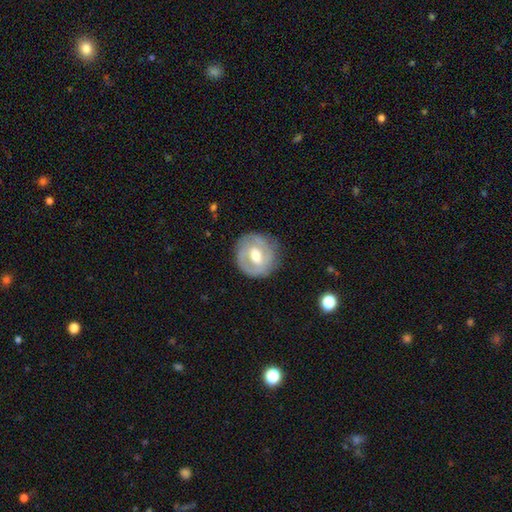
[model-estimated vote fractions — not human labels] smooth-or-featured: featured or disk: 67% | smooth: 27% | star or artifact: 6%
  disk-edge-on: no: 96% | yes: 4%
    bar: weak: 50% | no: 26% | strong: 24%
    has-spiral-arms: yes: 69% | no: 31%
    bulge-size: moderate: 72% | small: 13% | large: 12% | none: 1% | dominant: 1%
  merging: none: 79% | minor disturbance: 14% | major disturbance: 5% | merger: 1%